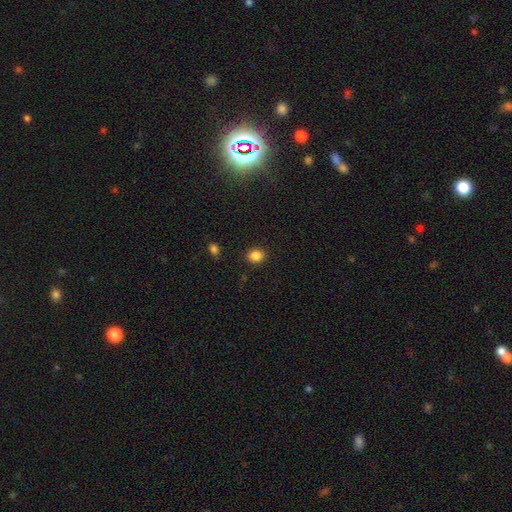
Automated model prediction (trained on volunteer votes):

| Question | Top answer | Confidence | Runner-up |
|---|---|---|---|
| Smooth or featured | smooth | 86% | star or artifact (11%) |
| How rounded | round | 59% | in between (40%) |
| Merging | none | 88% | minor disturbance (8%) |